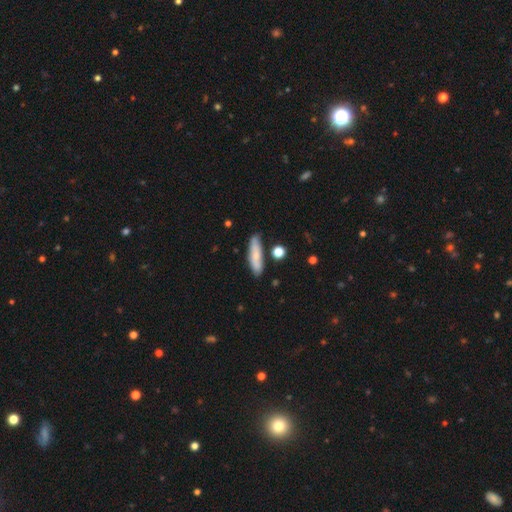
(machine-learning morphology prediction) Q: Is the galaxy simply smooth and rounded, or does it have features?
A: smooth — 73%.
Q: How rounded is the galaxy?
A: cigar-shaped — 70%.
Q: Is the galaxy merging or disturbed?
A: none — 79%.